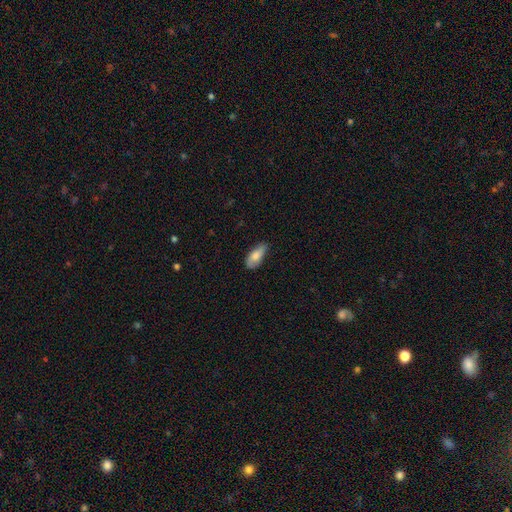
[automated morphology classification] smooth_or_featured: smooth (p=0.78) [alt: featured or disk p=0.16]
how_rounded: in between (p=0.82) [alt: cigar-shaped p=0.15]
merging: none (p=0.64) [alt: minor disturbance p=0.28]